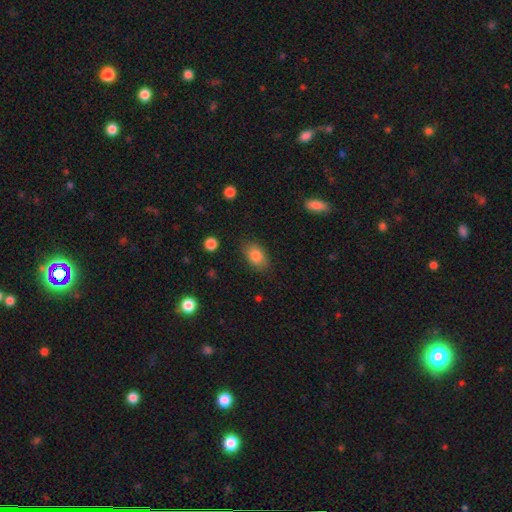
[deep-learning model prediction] Overall: smooth (85%). How rounded: in between (86%). Merging: none (80%).